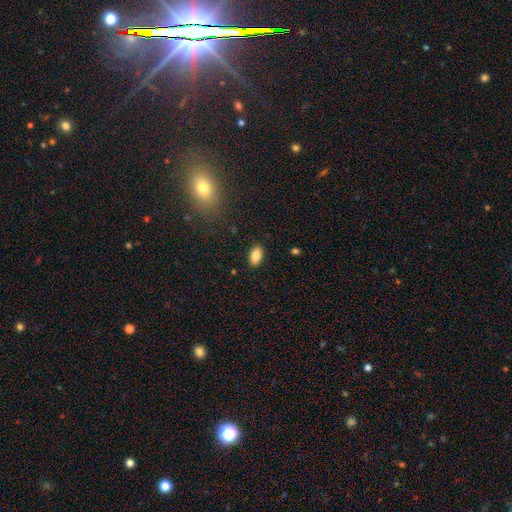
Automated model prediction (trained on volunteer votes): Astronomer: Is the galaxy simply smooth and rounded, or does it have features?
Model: smooth — 86%.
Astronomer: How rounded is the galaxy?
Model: in between — 92%.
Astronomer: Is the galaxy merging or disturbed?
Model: none — 88%.